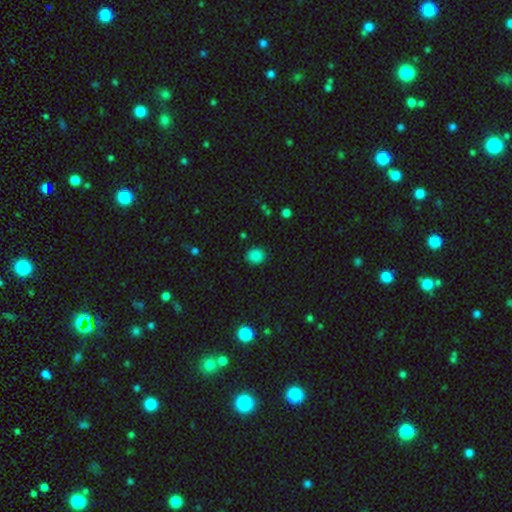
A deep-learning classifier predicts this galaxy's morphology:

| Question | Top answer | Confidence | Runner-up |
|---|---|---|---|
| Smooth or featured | smooth | 85% | star or artifact (12%) |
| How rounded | round | 74% | in between (25%) |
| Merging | none | 87% | minor disturbance (9%) |